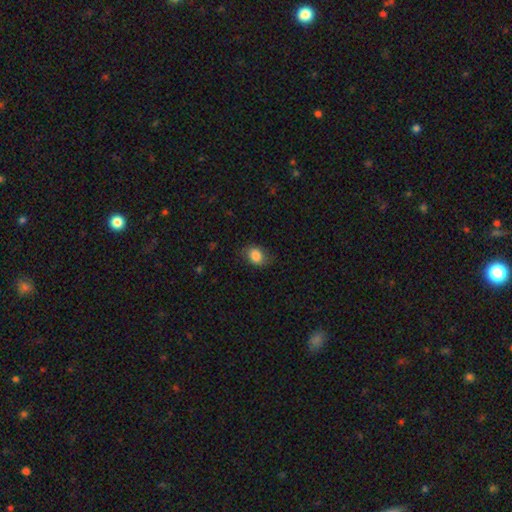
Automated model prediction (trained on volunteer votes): Q: Smooth or featured?
A: smooth (83%); runner-up: featured or disk (9%)
Q: How rounded?
A: in between (60%); runner-up: round (39%)
Q: Merging?
A: none (73%); runner-up: minor disturbance (20%)